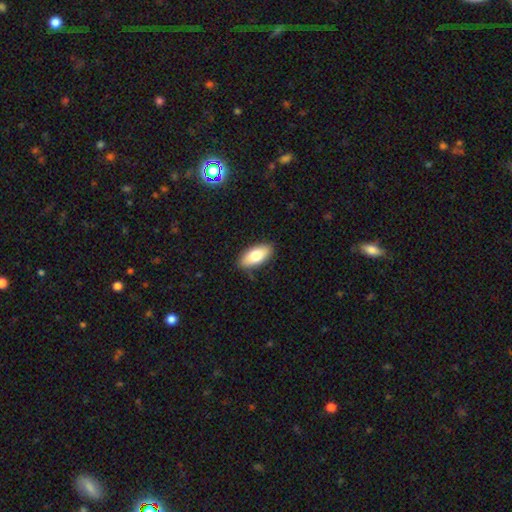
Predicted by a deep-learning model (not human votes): A smooth galaxy with no disk features (77%) that is in between round and cigar-shaped (89%).

Vote fractions:
- Smooth or featured? smooth: 77% / featured or disk: 16% / star or artifact: 6%
- How rounded? in between: 89% / cigar-shaped: 9% / round: 3%
- Merging? none: 86% / minor disturbance: 11% / major disturbance: 2% / merger: 1%